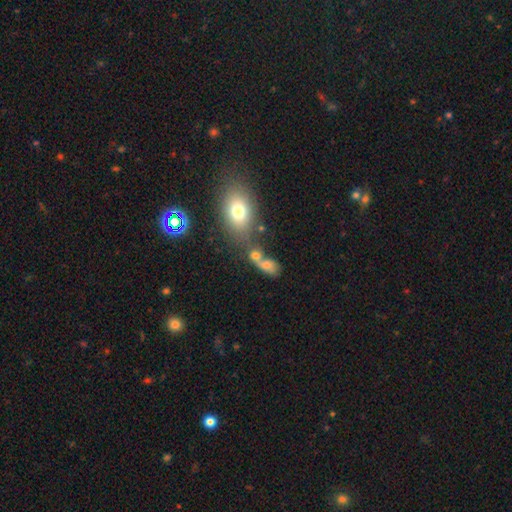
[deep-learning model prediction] smooth_or_featured: smooth (p=0.60) [alt: star or artifact p=0.23]
how_rounded: in between (p=0.70) [alt: round p=0.20]
merging: none (p=0.57) [alt: merger p=0.24]